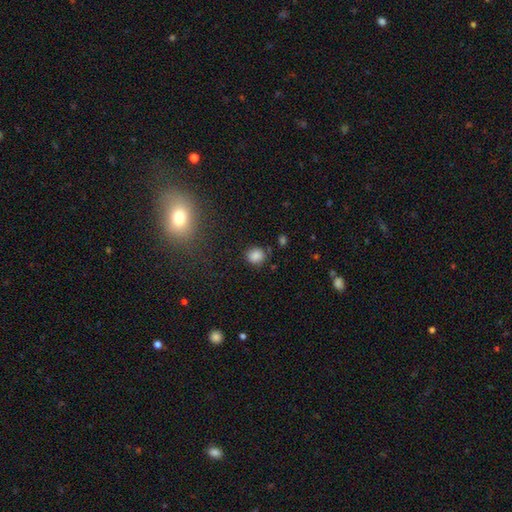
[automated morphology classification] smooth_or_featured: smooth (p=0.83) [alt: star or artifact p=0.12]
how_rounded: round (p=0.81) [alt: in between p=0.18]
merging: none (p=0.80) [alt: minor disturbance p=0.13]